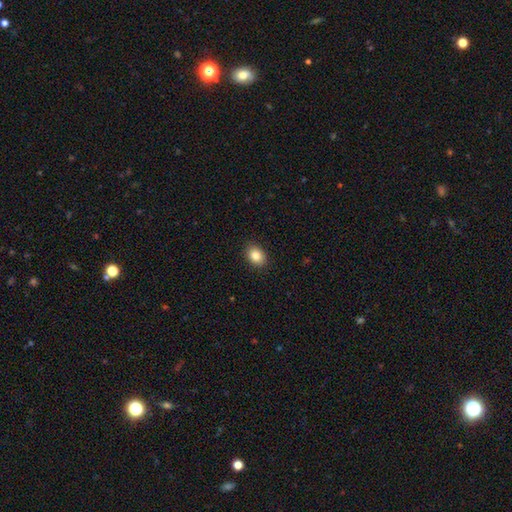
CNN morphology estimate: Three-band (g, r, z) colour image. It shows a smooth galaxy with no disk features (85%) that is in between round and cigar-shaped (68%). Merging: none (90%).